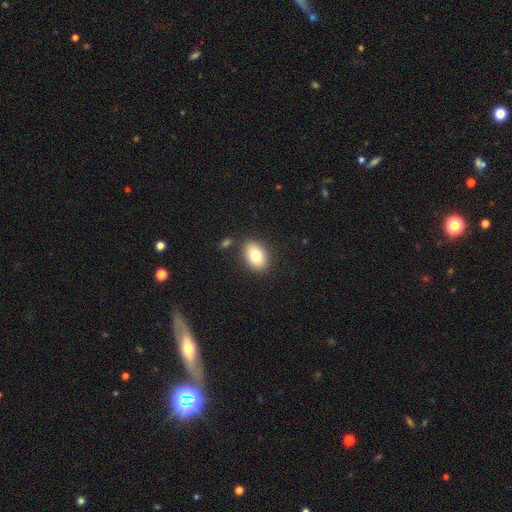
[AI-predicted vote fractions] smooth 79%, featured or disk 13%, star or artifact 8%. Down the decision tree: how rounded — in between (79%); merging — none (84%).